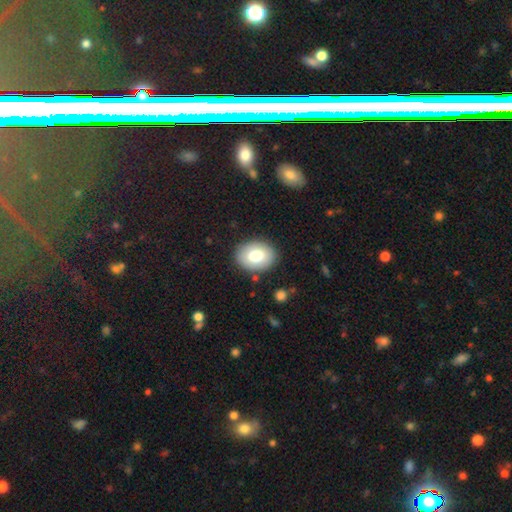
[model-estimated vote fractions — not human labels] This is likely a smooth galaxy (74%). How rounded: likely in between (67%). Merging: clearly none (86%).